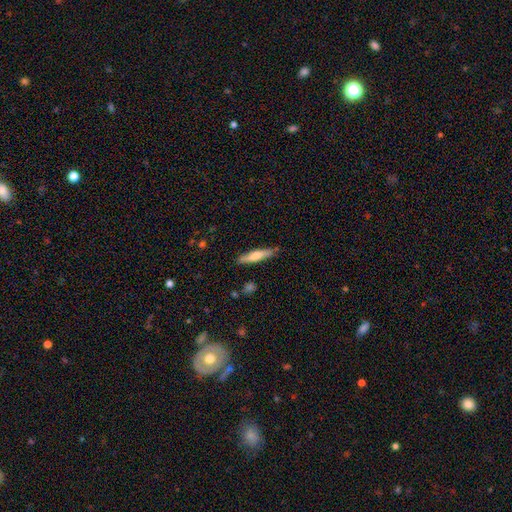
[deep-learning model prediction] The model was most divided on "smooth or featured": smooth: 61%, featured or disk: 33%, star or artifact: 6%. More confident: how rounded — cigar-shaped (87%); merging — none (85%).